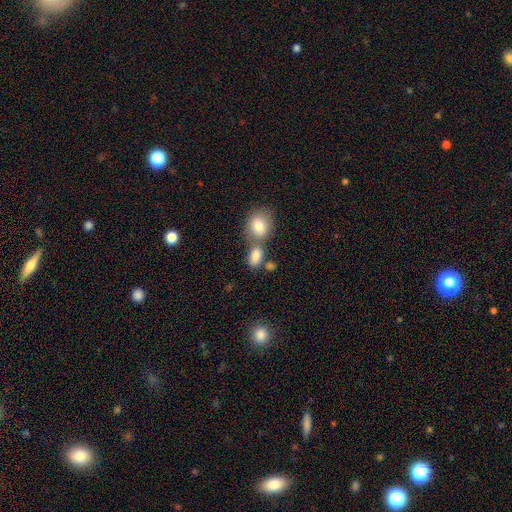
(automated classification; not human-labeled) Overall: smooth (83%). How rounded: in between (83%). Merging: none (42%, tied with merger).